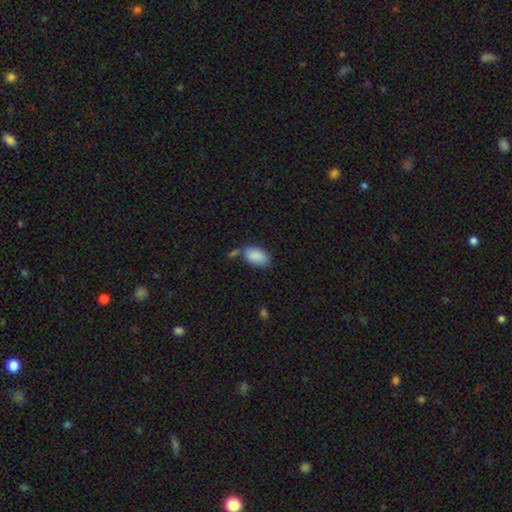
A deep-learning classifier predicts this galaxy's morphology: smooth-or-featured: smooth: 89% | star or artifact: 7% | featured or disk: 5%
  how-rounded: in between: 92% | round: 6% | cigar-shaped: 2%
  merging: none: 62% | minor disturbance: 20% | merger: 13% | major disturbance: 5%